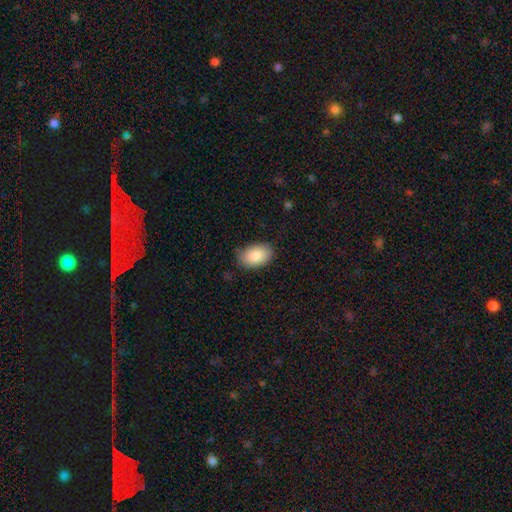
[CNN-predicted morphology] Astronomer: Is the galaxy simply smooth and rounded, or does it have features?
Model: smooth — 86%.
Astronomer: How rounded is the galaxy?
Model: in between — 92%.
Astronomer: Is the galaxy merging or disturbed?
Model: none — 81%.